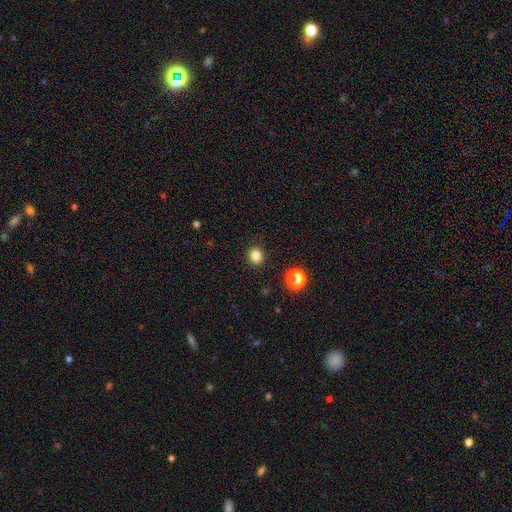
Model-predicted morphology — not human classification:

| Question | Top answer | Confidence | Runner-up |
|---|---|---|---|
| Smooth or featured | smooth | 83% | star or artifact (13%) |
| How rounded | round | 71% | in between (28%) |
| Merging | none | 89% | minor disturbance (7%) |